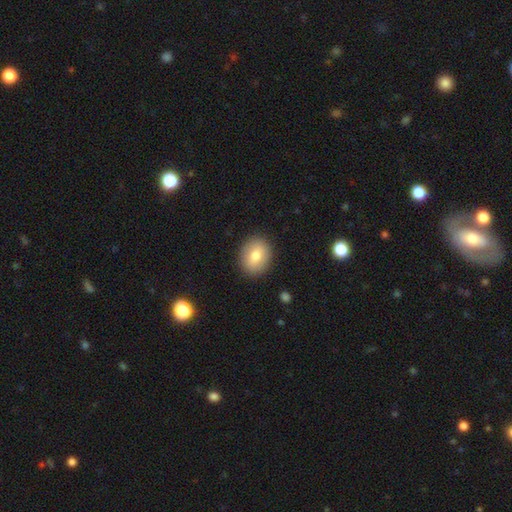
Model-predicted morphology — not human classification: Smooth or featured?
  - smooth: 77% *
  - featured or disk: 15%
  - star or artifact: 8%
How rounded?
  - in between: 52% *
  - round: 47%
  - cigar-shaped: 1%
Merging?
  - none: 89% *
  - minor disturbance: 8%
  - major disturbance: 2%
  - merger: 1%